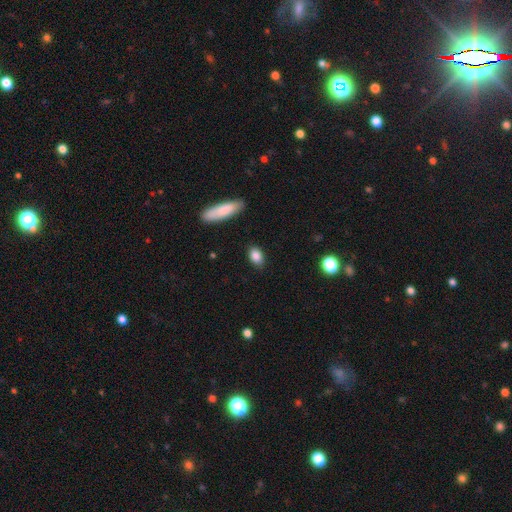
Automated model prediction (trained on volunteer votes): Morphology: type=smooth (87%); roundness=in between (83%); merging=none (87%).